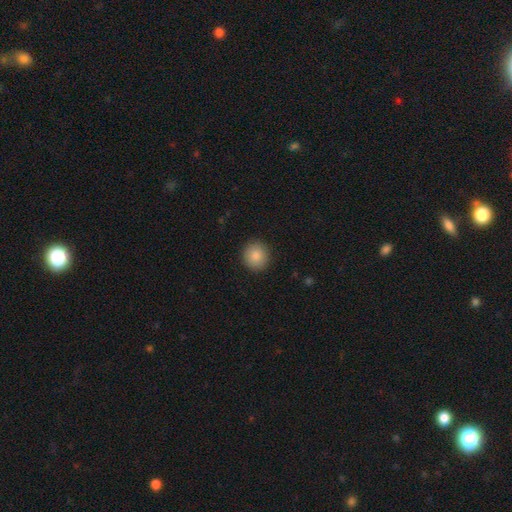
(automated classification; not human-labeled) A smooth galaxy with no disk features (87%) that is round (91%). Merging: none (91%).